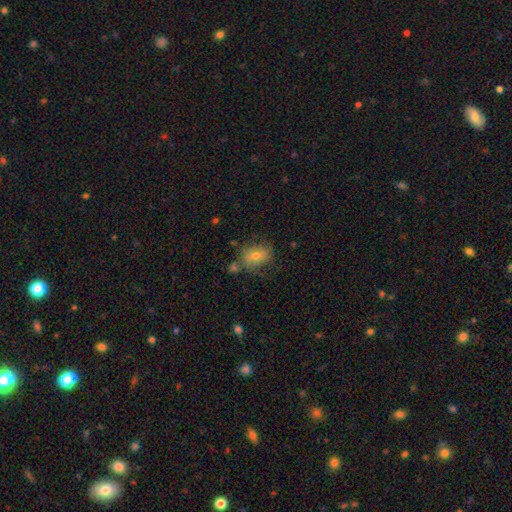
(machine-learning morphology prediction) This is likely a smooth galaxy (65%). How rounded: likely in between (69%). Merging: possibly none (59%).